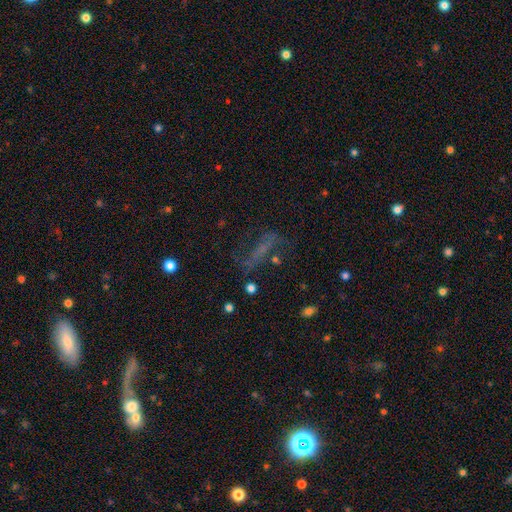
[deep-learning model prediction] A featured or disk galaxy (39%).

Vote fractions:
- Smooth or featured? featured or disk: 39% / star or artifact: 34% / smooth: 27%
- Merging? none: 57% / major disturbance: 19% / minor disturbance: 17% / merger: 7%